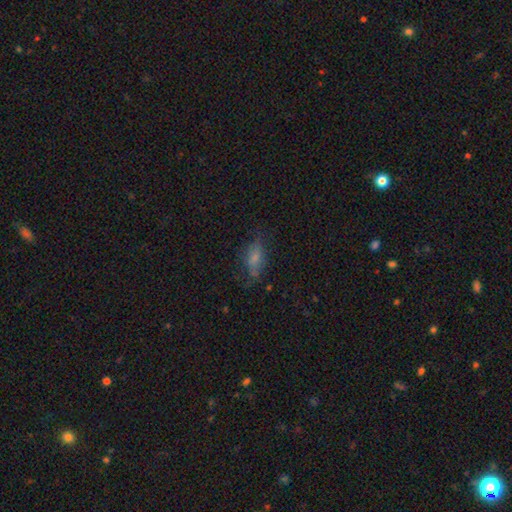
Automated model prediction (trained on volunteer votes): smooth 57%, featured or disk 25%, star or artifact 18%. Down the decision tree: how rounded — in between (72%); merging — none (65%).